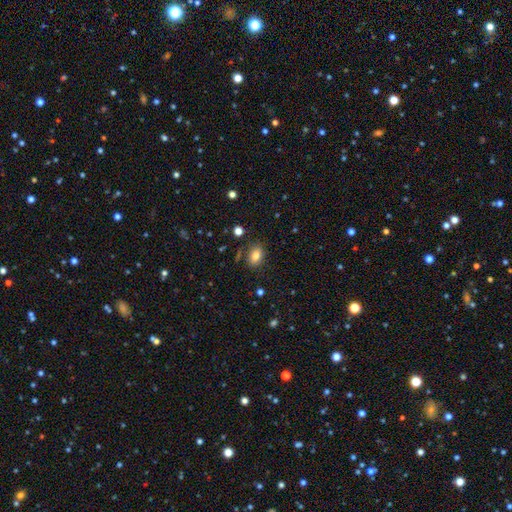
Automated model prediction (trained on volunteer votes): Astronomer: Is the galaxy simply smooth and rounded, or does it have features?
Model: smooth — 80%.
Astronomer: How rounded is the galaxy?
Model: in between — 79%.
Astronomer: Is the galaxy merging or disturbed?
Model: none — 82%.